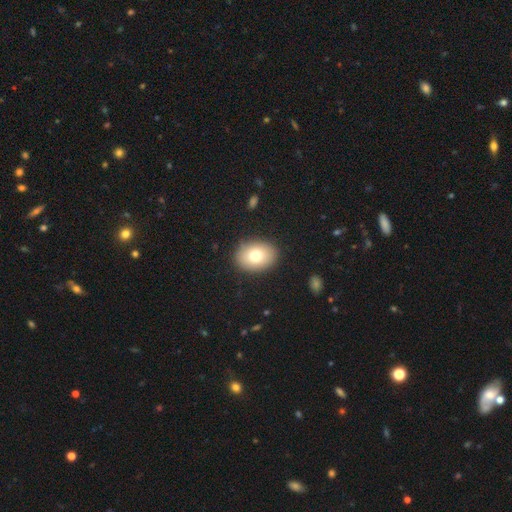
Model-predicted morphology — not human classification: This appears to be a smooth galaxy with no disk features (75%) that is in between round and cigar-shaped (67%). Merging: none (88%).